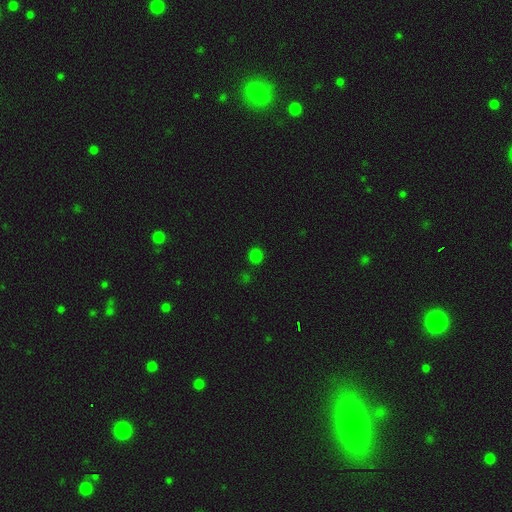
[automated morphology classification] Smooth or featured? Predicted: smooth (p=0.79). How rounded? Predicted: round (p=0.90). Merging? Predicted: none (p=0.89).